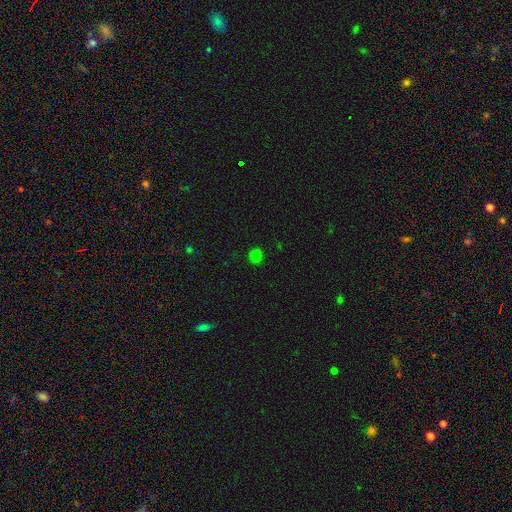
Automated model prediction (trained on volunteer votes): A smooth galaxy with no disk features (76%) that is round (82%). Merging: none (87%).